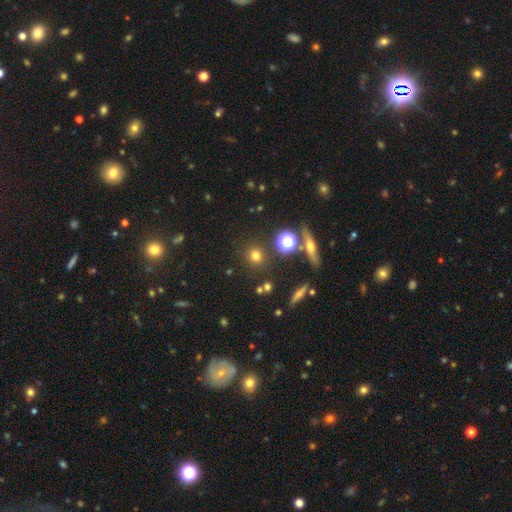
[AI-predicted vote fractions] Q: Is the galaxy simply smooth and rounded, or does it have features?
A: smooth — 70%.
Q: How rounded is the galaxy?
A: round — 89%.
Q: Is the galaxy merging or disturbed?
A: none — 85%.